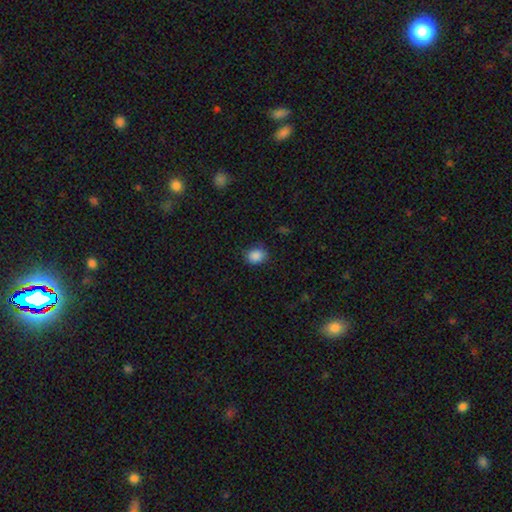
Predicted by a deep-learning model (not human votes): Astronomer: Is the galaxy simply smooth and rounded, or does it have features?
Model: smooth — 87%.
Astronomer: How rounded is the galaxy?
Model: round — 54% (runner-up: in between, 45%).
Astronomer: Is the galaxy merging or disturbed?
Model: none — 80%.